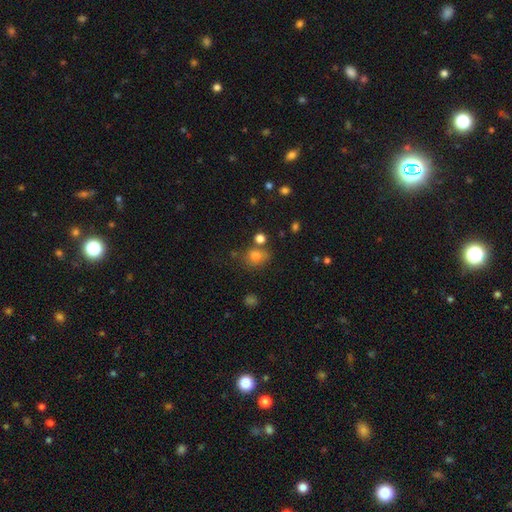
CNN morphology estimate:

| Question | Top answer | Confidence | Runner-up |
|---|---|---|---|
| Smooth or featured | smooth | 75% | star or artifact (16%) |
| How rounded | round | 54% | in between (45%) |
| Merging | none | 59% | minor disturbance (18%) |